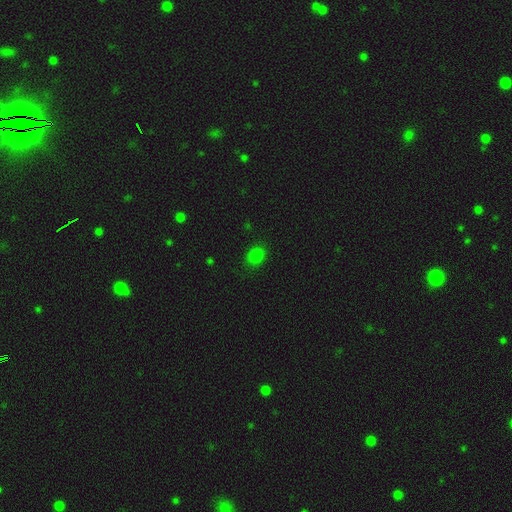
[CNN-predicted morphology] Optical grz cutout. It shows a smooth galaxy with no disk features (81%) that is round (65%). Merging: none (87%).